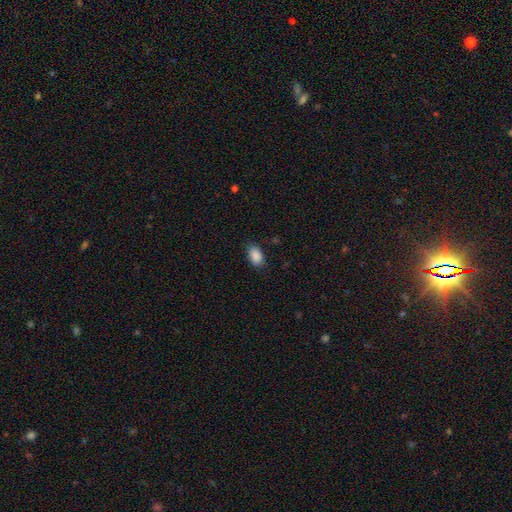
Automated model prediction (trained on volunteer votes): The model was most divided on "merging": none: 85%, minor disturbance: 12%, major disturbance: 3%, merger: 1%. More confident: how rounded — in between (90%); smooth or featured — smooth (90%).